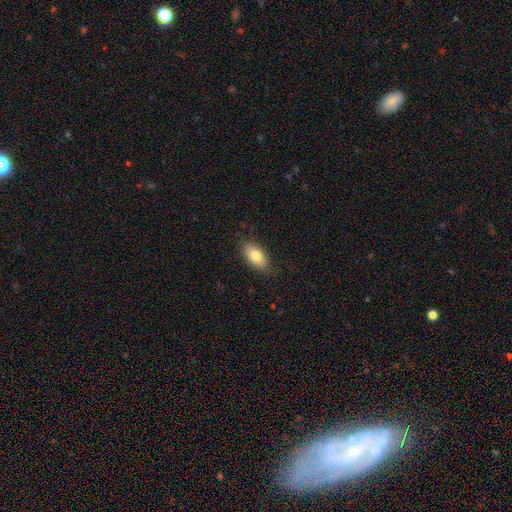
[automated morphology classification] The model was most divided on "smooth or featured": smooth: 79%, featured or disk: 14%, star or artifact: 7%. More confident: how rounded — in between (91%); merging — none (84%).